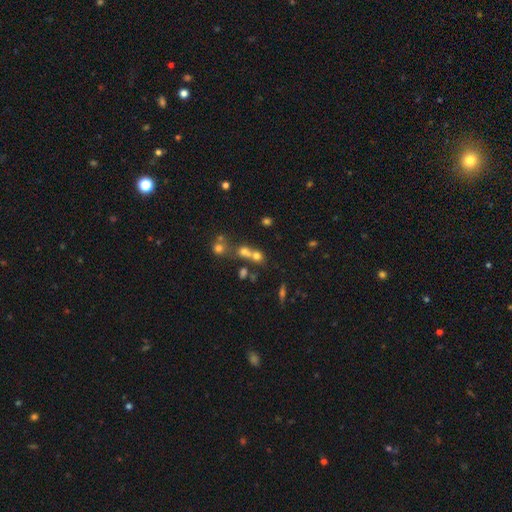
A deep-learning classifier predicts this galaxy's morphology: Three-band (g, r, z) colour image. It shows a smooth galaxy with no disk features (61%) that is round (76%). Merging: merger (50%).